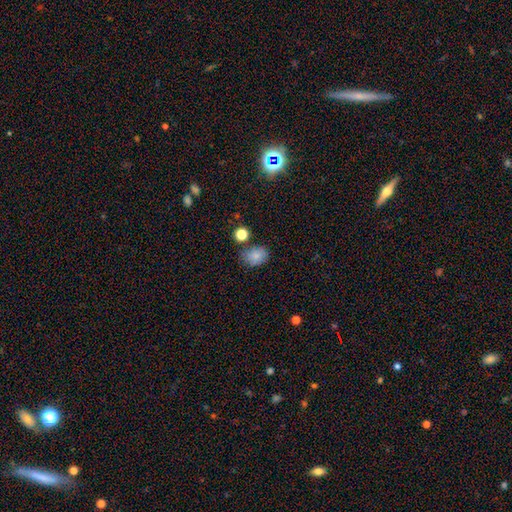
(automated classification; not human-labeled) Smooth or featured? smooth (82%)
How rounded? in between (64%)
Merging? none (65%)